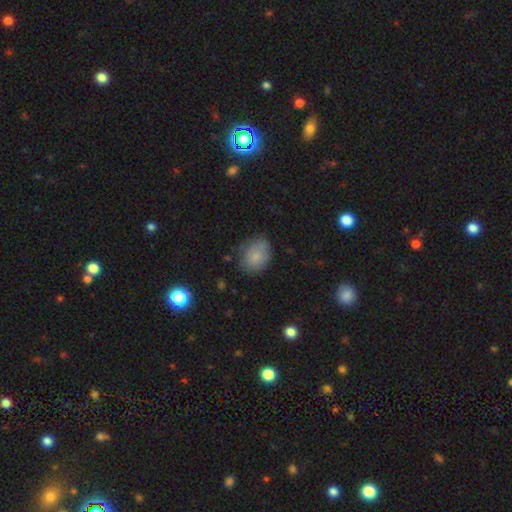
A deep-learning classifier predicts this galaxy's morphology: Q: Smooth or featured?
A: smooth (75%); runner-up: featured or disk (16%)
Q: How rounded?
A: in between (72%); runner-up: round (27%)
Q: Merging?
A: none (71%); runner-up: minor disturbance (22%)